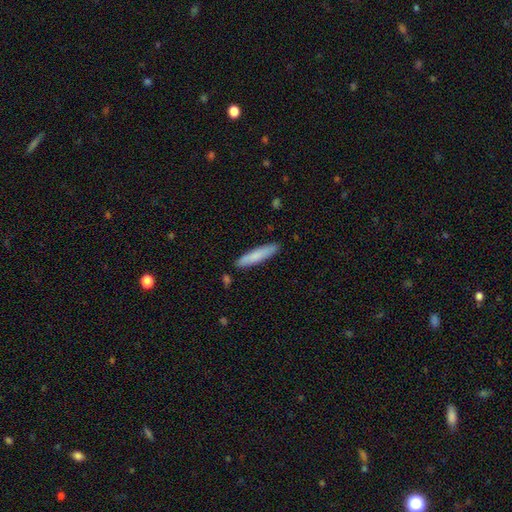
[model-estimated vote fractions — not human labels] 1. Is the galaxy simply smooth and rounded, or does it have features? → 79% smooth, 16% featured or disk, 6% star or artifact.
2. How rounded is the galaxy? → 88% cigar-shaped, 11% in between, 1% round.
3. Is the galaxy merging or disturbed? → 88% none, 8% minor disturbance, 2% merger, 2% major disturbance.